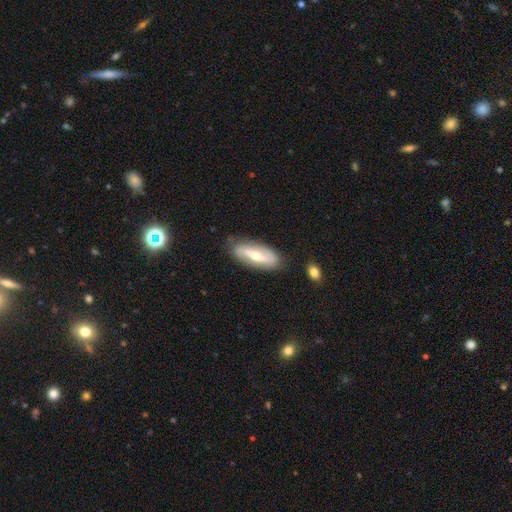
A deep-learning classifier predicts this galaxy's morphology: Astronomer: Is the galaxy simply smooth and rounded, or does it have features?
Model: featured or disk — 66%.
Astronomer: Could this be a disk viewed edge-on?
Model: no — 81%.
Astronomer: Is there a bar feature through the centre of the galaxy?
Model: strong — 46% (runner-up: weak, 30%).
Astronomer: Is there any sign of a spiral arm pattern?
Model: yes — 69%.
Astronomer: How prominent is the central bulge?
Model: moderate — 63%.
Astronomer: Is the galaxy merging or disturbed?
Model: none — 81%.